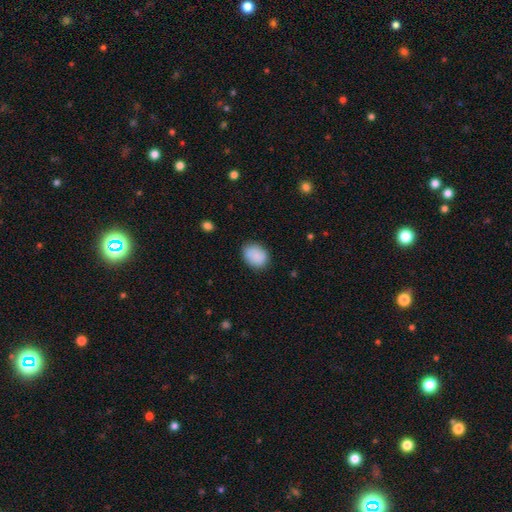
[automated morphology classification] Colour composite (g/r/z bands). It shows a smooth galaxy with no disk features (88%) that is in between round and cigar-shaped (61%). Merging: none (81%).